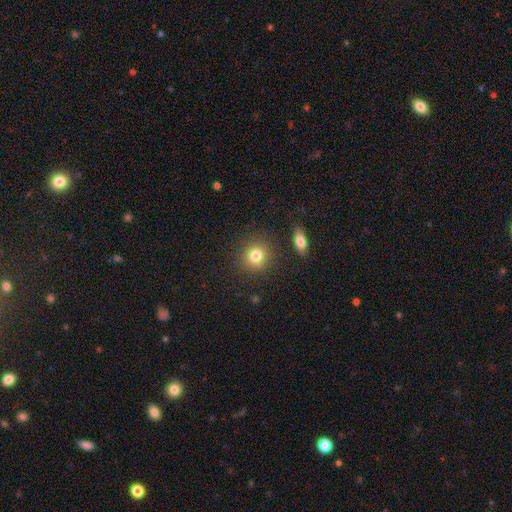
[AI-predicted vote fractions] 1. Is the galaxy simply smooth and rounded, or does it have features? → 81% smooth, 11% star or artifact, 8% featured or disk.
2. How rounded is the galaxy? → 87% round, 12% in between, 1% cigar-shaped.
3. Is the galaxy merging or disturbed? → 85% none, 8% minor disturbance, 3% merger, 3% major disturbance.